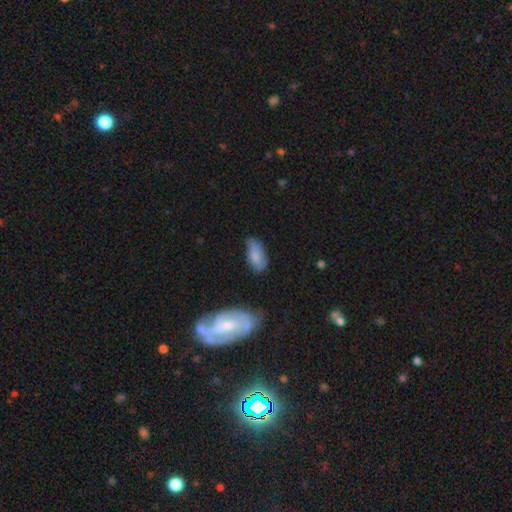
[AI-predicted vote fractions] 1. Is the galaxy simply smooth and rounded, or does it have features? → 75% smooth, 18% featured or disk, 7% star or artifact.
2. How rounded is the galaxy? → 90% in between, 6% cigar-shaped, 3% round.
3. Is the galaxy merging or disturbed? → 54% none, 34% minor disturbance, 9% major disturbance, 4% merger.